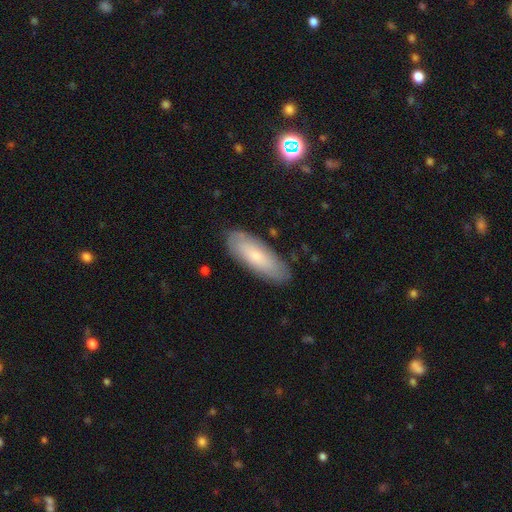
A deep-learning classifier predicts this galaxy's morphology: Smooth or featured? smooth (66%)
How rounded? in between (64%)
Merging? none (83%)